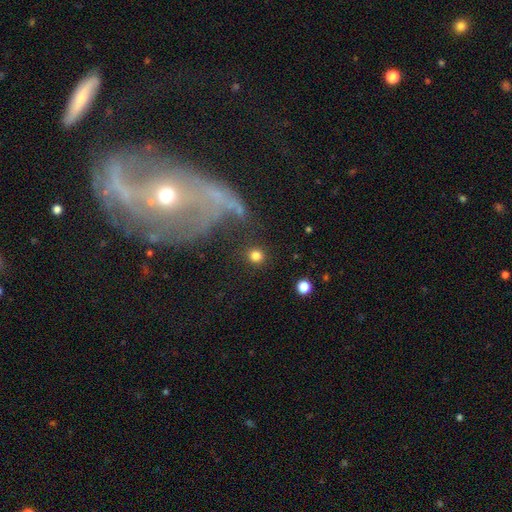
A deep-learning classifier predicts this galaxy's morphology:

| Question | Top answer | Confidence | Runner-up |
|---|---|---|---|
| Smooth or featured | smooth | 82% | star or artifact (11%) |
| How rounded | round | 92% | in between (7%) |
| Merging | none | 87% | minor disturbance (6%) |